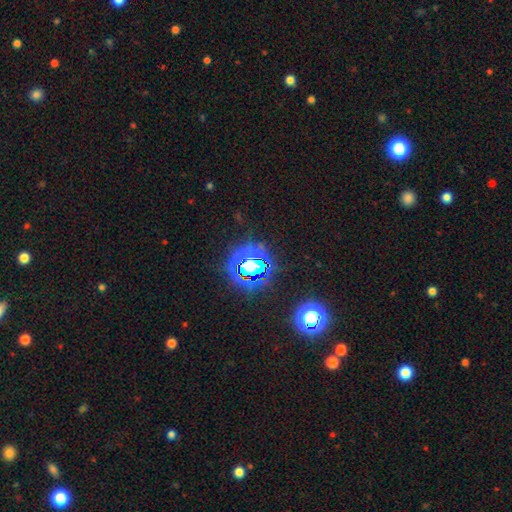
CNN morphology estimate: Smooth or featured: star or artifact — 81% (smooth — 13%)